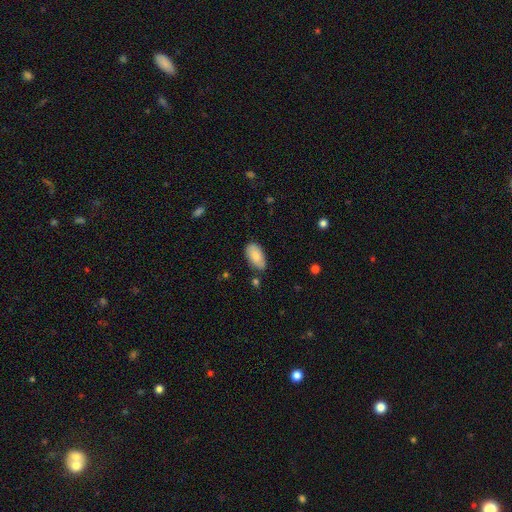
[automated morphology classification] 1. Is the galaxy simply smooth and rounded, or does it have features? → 82% smooth, 12% featured or disk, 6% star or artifact.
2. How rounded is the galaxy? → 95% in between, 3% round, 2% cigar-shaped.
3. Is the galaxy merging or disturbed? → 76% none, 18% minor disturbance, 3% major disturbance, 3% merger.